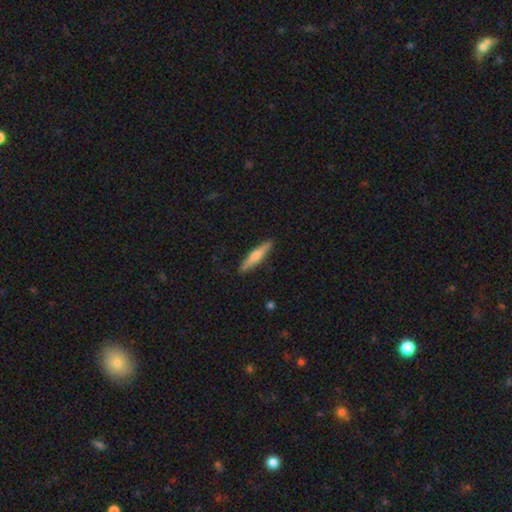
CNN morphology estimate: Smooth or featured? smooth (57%)
How rounded? cigar-shaped (89%)
Merging? none (90%)